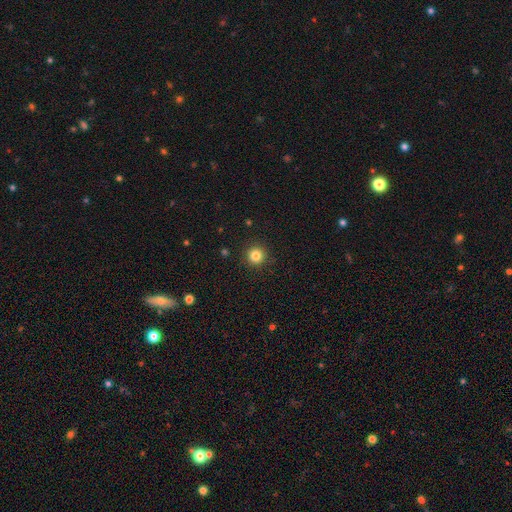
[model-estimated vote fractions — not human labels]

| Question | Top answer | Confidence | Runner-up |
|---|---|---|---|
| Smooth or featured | smooth | 83% | star or artifact (12%) |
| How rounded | round | 96% | in between (3%) |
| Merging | none | 92% | minor disturbance (5%) |